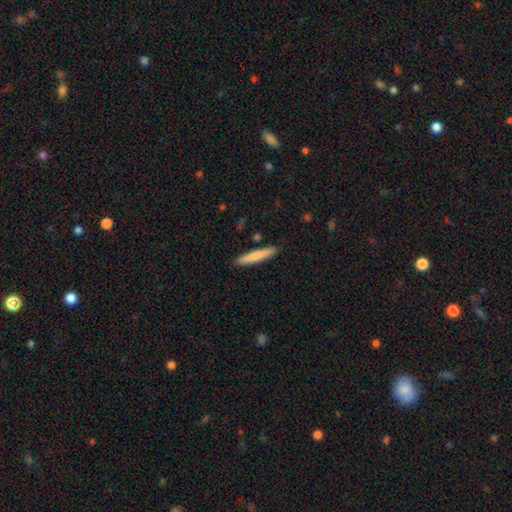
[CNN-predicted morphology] A smooth galaxy with no disk features (78%) that is cigar-shaped (92%). Merging: none (89%).